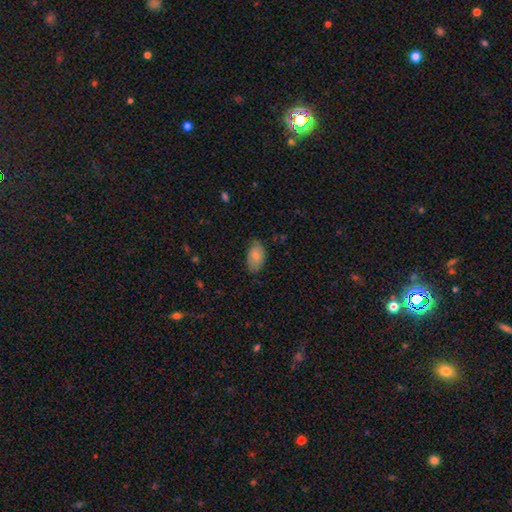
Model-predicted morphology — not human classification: Smooth or featured? smooth (79%)
How rounded? in between (93%)
Merging? none (69%)